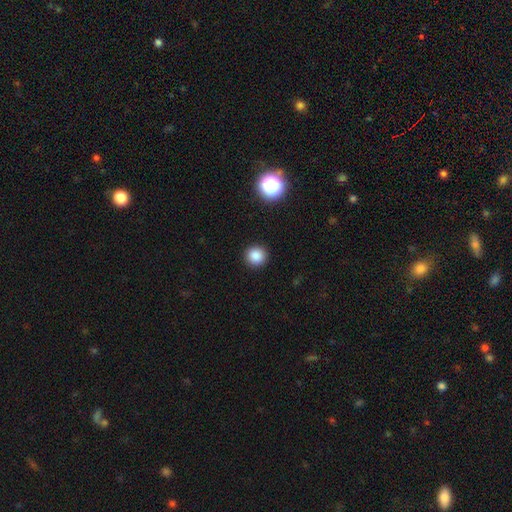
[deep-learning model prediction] smooth_or_featured: smooth (p=0.84) [alt: star or artifact p=0.12]
how_rounded: round (p=0.93) [alt: in between p=0.06]
merging: none (p=0.92) [alt: minor disturbance p=0.05]